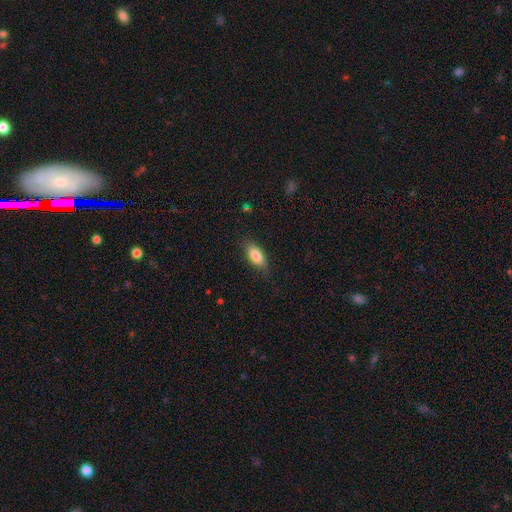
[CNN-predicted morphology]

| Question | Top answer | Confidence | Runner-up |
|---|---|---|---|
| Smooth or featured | smooth | 82% | featured or disk (11%) |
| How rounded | in between | 84% | cigar-shaped (13%) |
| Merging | none | 79% | minor disturbance (16%) |